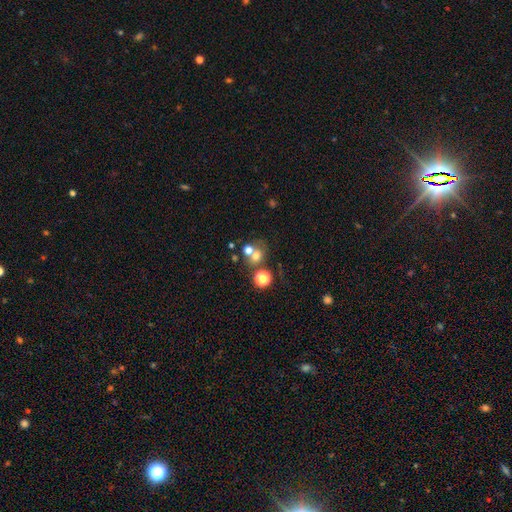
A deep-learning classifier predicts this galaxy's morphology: This appears to be a smooth galaxy with no disk features (64%) that is round (68%). Merging: merger (47%).